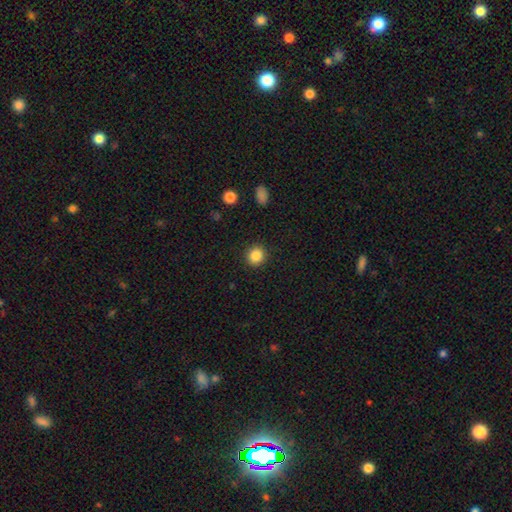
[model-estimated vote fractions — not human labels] Morphology: type=smooth (86%); roundness=round (89%); merging=none (91%).